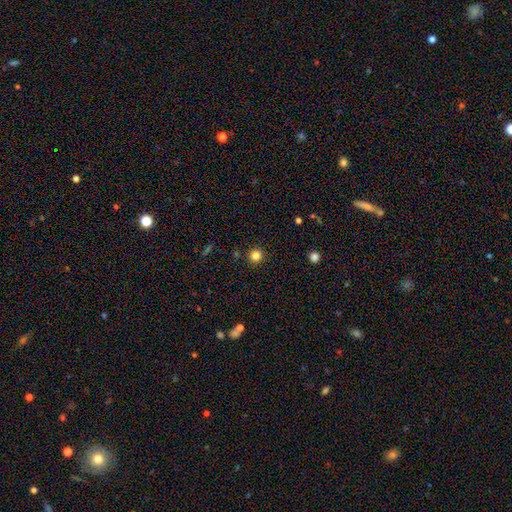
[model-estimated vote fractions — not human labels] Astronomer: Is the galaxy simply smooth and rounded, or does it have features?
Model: smooth — 82%.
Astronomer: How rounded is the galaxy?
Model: round — 95%.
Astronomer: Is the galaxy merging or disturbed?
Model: none — 91%.